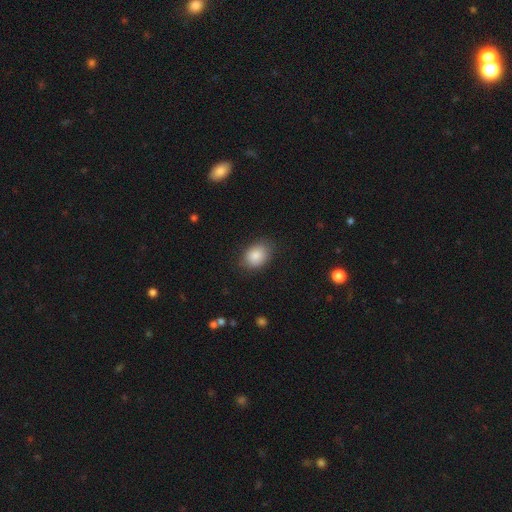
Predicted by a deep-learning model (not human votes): Smooth or featured: smooth — 86% (star or artifact — 8%)
How rounded: in between — 68% (round — 31%)
Merging: none — 79% (minor disturbance — 16%)